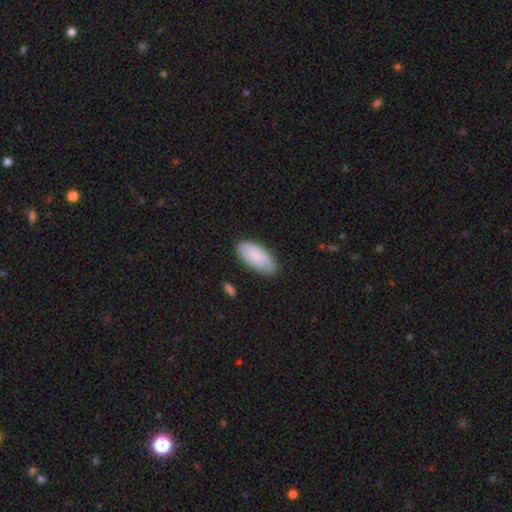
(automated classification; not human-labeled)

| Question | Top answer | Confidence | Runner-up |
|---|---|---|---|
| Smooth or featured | smooth | 86% | featured or disk (9%) |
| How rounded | in between | 91% | cigar-shaped (8%) |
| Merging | none | 81% | minor disturbance (15%) |